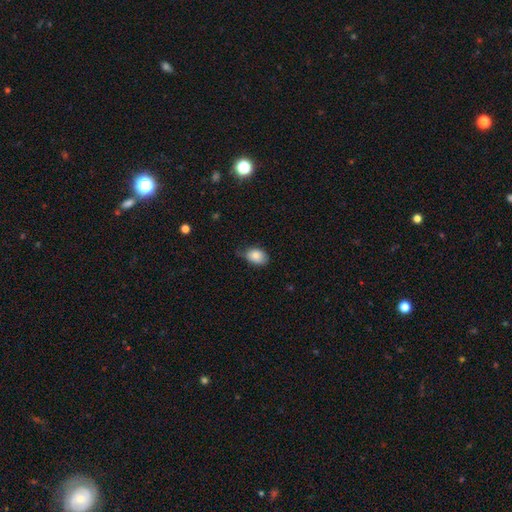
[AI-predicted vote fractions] The model was most divided on "merging": none: 51%, minor disturbance: 38%, major disturbance: 9%, merger: 2%. More confident: smooth or featured — smooth (83%); how rounded — in between (80%).